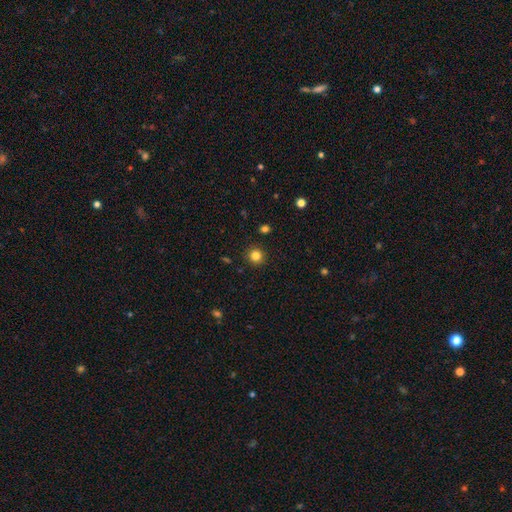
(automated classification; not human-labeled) A smooth galaxy with no disk features (83%) that is round (93%).

Vote fractions:
- Smooth or featured? smooth: 83% / star or artifact: 12% / featured or disk: 5%
- How rounded? round: 93% / in between: 6% / cigar-shaped: 1%
- Merging? none: 91% / minor disturbance: 6% / major disturbance: 2% / merger: 1%